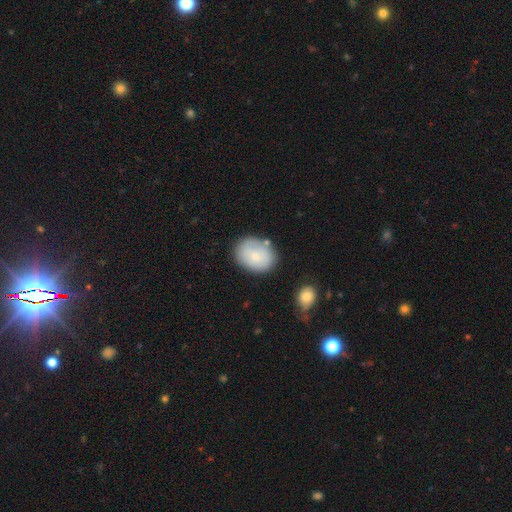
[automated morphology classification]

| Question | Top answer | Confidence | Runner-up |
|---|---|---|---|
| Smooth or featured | smooth | 76% | featured or disk (17%) |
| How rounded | in between | 67% | round (32%) |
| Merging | none | 73% | minor disturbance (17%) |